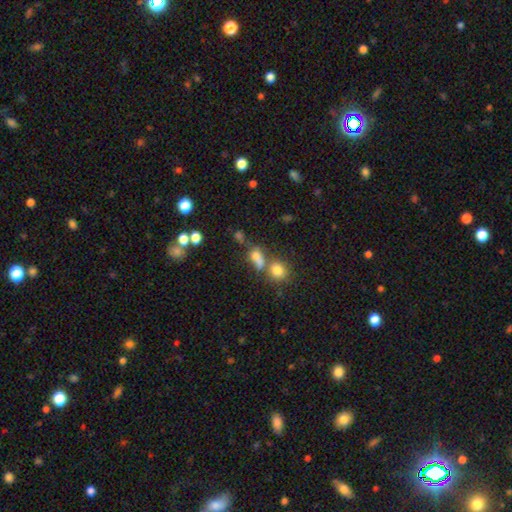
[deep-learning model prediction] smooth-or-featured: smooth: 70% | star or artifact: 18% | featured or disk: 12%
  how-rounded: in between: 56% | round: 38% | cigar-shaped: 6%
  merging: merger: 39% | none: 38% | minor disturbance: 13% | major disturbance: 9%